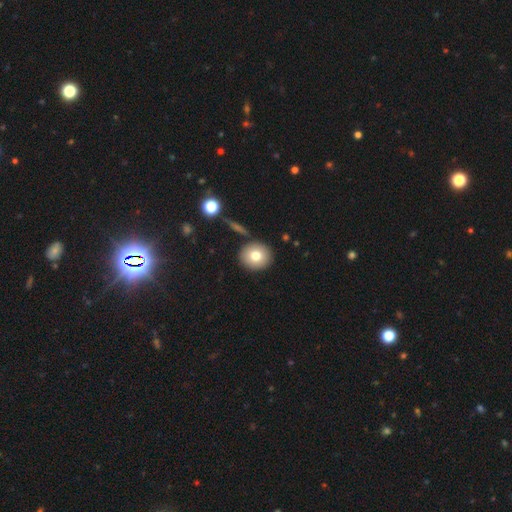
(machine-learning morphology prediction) A smooth galaxy with no disk features (77%) that is round (84%).

Vote fractions:
- Smooth or featured? smooth: 77% / featured or disk: 14% / star or artifact: 10%
- How rounded? round: 84% / in between: 14% / cigar-shaped: 1%
- Merging? none: 86% / minor disturbance: 7% / merger: 4% / major disturbance: 2%